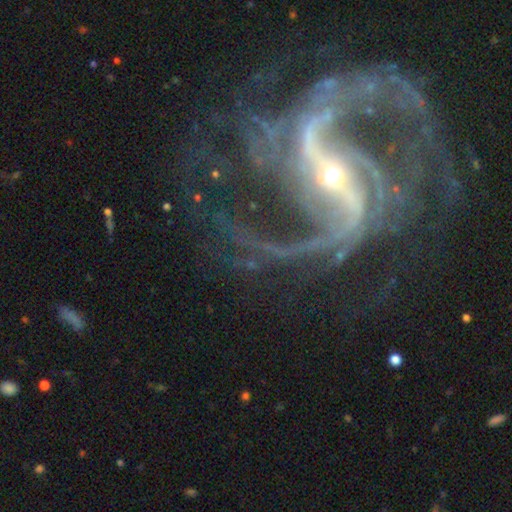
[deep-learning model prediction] The model was most divided on "spiral winding": loose: 49%, medium: 40%, tight: 11%. More confident: spiral arms — yes (98%); edge-on disk — no (98%); smooth or featured — featured or disk (92%); bulge size — small (79%); spiral arm count — 2 (75%); bar — strong (62%); merging — none (59%).